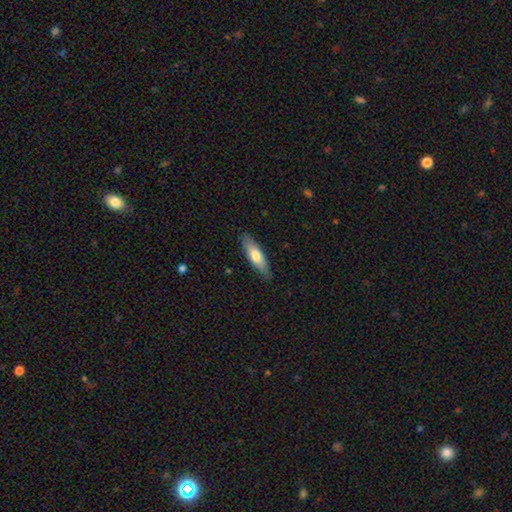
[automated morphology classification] Smooth or featured? smooth (68%)
How rounded? cigar-shaped (57%)
Merging? none (86%)